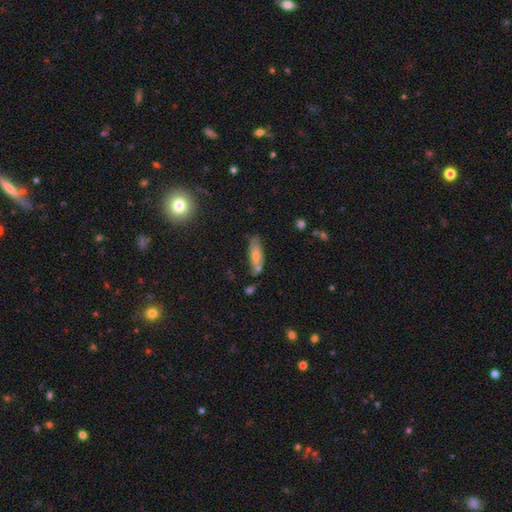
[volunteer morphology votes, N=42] This appears to be a smooth galaxy with no disk features (55%) that is in between round and cigar-shaped (57%). Merging: none (76%).